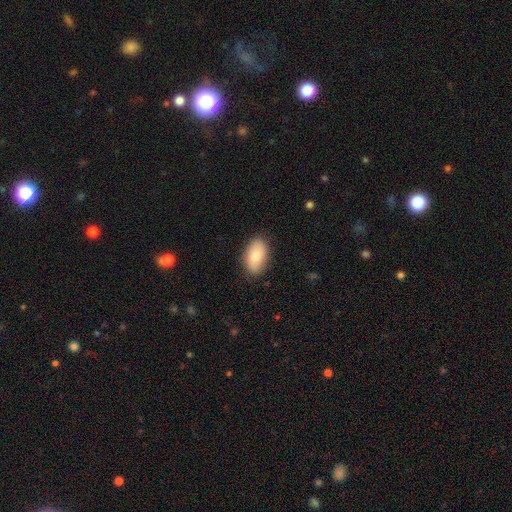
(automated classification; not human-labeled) Morphology: type=smooth (82%); roundness=in between (94%); merging=none (85%).